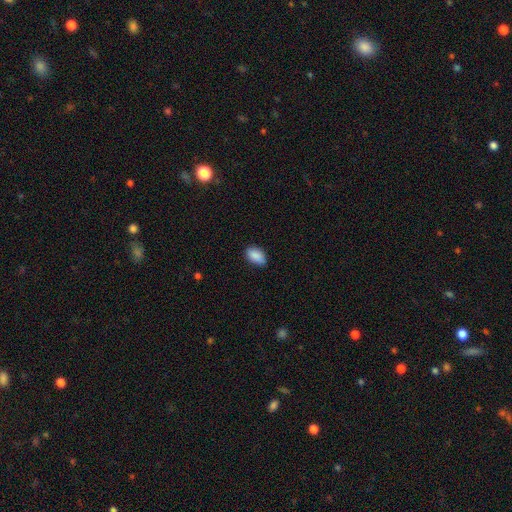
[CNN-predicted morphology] Q: Smooth or featured?
A: smooth (89%); runner-up: star or artifact (7%)
Q: How rounded?
A: in between (92%); runner-up: round (6%)
Q: Merging?
A: none (82%); runner-up: minor disturbance (14%)